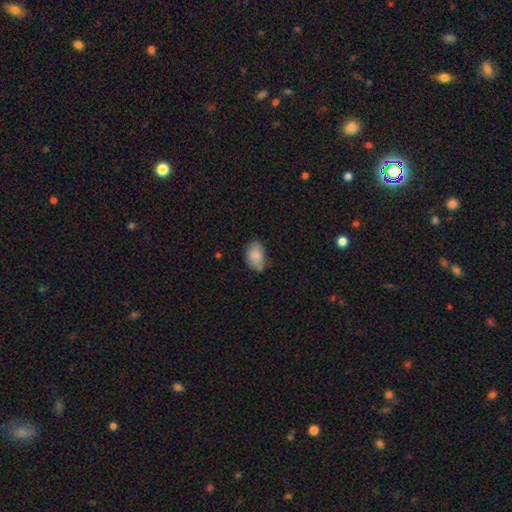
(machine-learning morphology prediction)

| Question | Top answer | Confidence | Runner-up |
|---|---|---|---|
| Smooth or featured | smooth | 84% | featured or disk (9%) |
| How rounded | in between | 88% | round (11%) |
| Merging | none | 61% | minor disturbance (30%) |